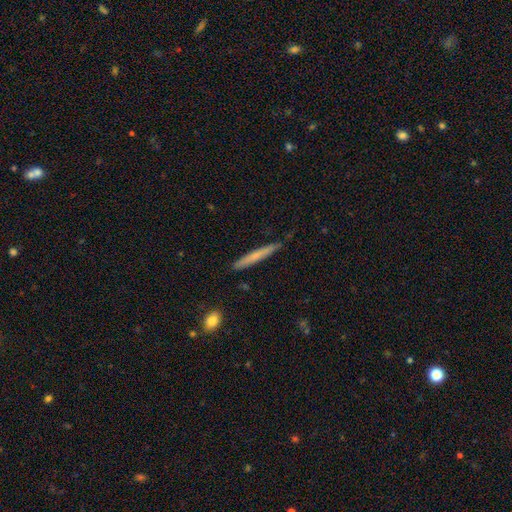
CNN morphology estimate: Smooth or featured? smooth (57%)
How rounded? cigar-shaped (96%)
Merging? none (84%)